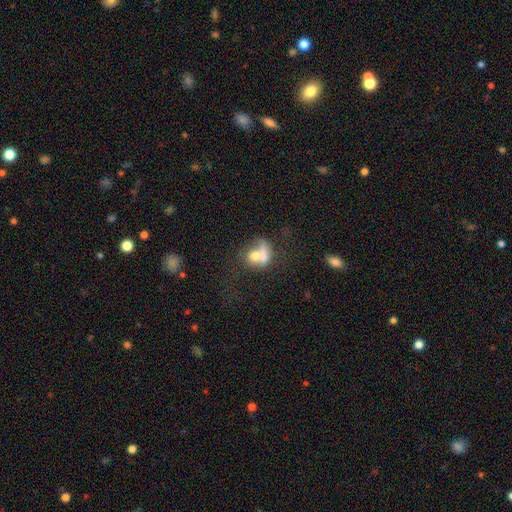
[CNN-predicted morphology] smooth 60%, featured or disk 28%, star or artifact 12%. Down the decision tree: how rounded — round (50%); merging — merger (55%).